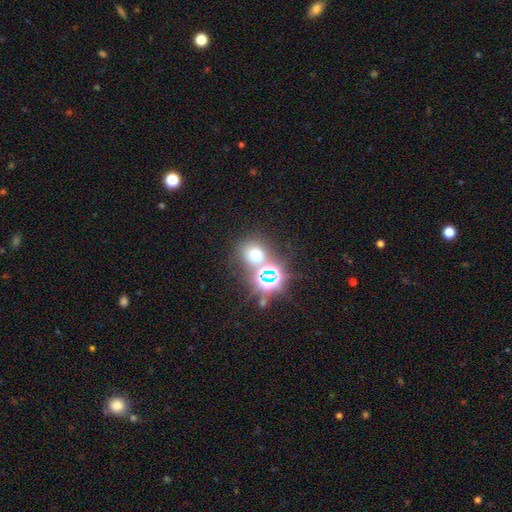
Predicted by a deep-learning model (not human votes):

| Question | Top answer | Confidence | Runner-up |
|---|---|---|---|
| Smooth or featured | smooth | 51% | star or artifact (40%) |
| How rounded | round | 76% | in between (23%) |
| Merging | none | 62% | merger (22%) |